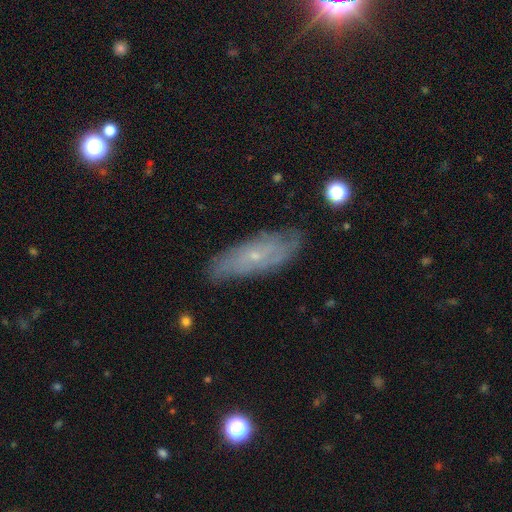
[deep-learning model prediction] This is likely a featured or disk galaxy (63%). It is clearly not viewed edge-on (80%). Bar: clearly no (80%). Spiral arm pattern: likely yes (76%). Central bulge: clearly small (83%). Merging: likely none (77%).